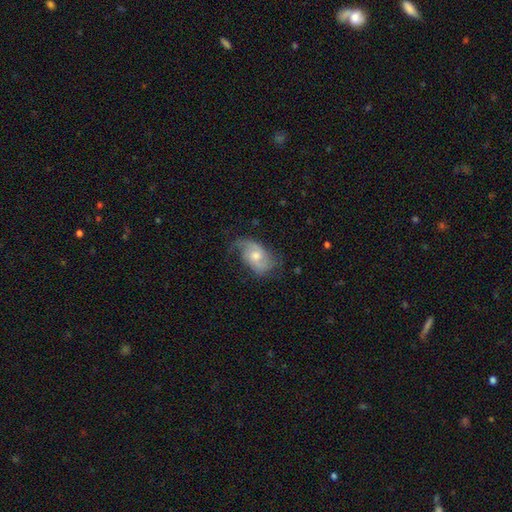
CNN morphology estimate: Q: Smooth or featured?
A: featured or disk (64%); runner-up: smooth (29%)
Q: Edge-on disk?
A: no (95%); runner-up: yes (5%)
Q: Bar?
A: no (61%); runner-up: weak (33%)
Q: Spiral arms?
A: yes (88%); runner-up: no (12%)
Q: Spiral winding?
A: loose (45%); runner-up: medium (39%)
Q: Spiral arm count?
A: 2 (73%); runner-up: can't tell (12%)
Q: Bulge size?
A: moderate (63%); runner-up: small (26%)
Q: Merging?
A: none (55%); runner-up: minor disturbance (27%)